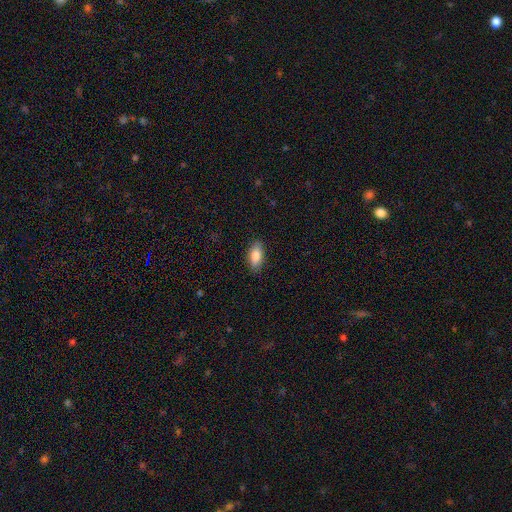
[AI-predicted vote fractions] Q: Smooth or featured?
A: smooth (84%); runner-up: featured or disk (9%)
Q: How rounded?
A: in between (88%); runner-up: cigar-shaped (9%)
Q: Merging?
A: none (87%); runner-up: minor disturbance (10%)